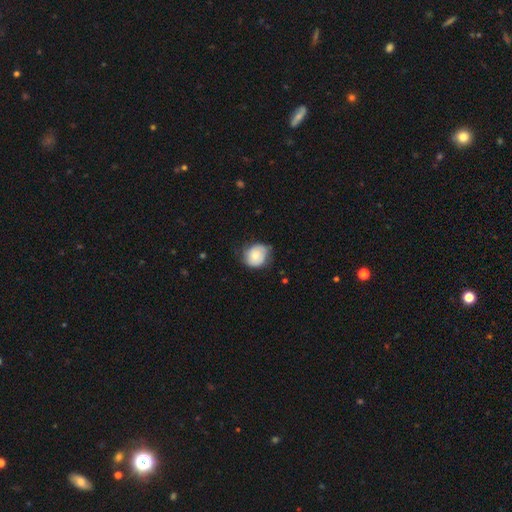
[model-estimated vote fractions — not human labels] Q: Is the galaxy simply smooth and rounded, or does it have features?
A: smooth — 65%.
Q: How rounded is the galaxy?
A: round — 75%.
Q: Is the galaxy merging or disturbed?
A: none — 59%.